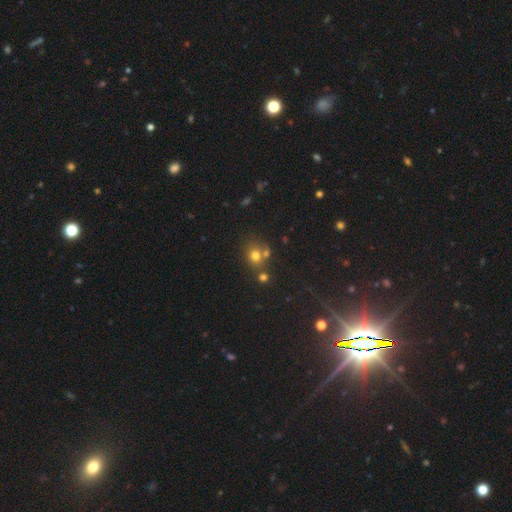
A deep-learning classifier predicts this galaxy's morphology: Smooth or featured? smooth (72%)
How rounded? round (77%)
Merging? none (55%)